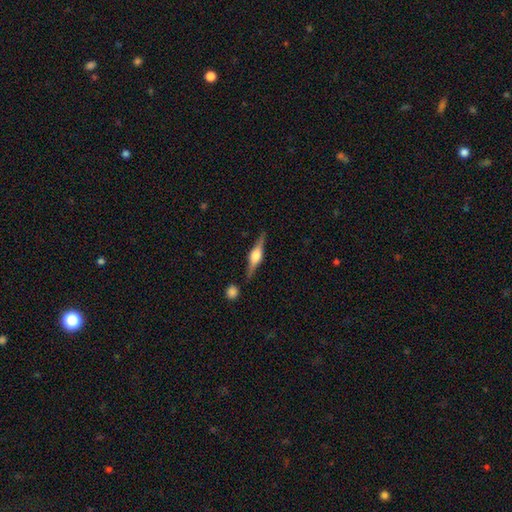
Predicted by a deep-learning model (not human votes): Smooth or featured? featured or disk (77%)
Edge-on disk? yes (98%)
Edge-on bulge? rounded (88%)
Merging? none (85%)